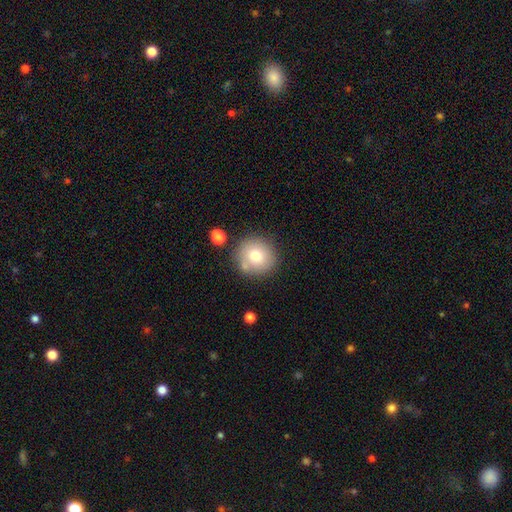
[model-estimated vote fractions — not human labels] Q: Smooth or featured?
A: smooth (75%); runner-up: featured or disk (14%)
Q: How rounded?
A: round (92%); runner-up: in between (7%)
Q: Merging?
A: none (77%); runner-up: minor disturbance (11%)